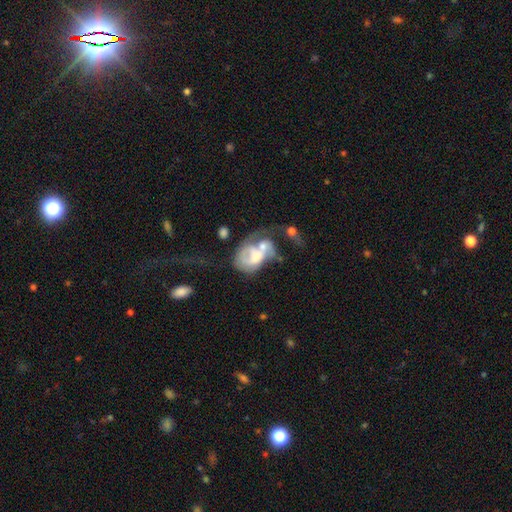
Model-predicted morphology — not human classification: Smooth or featured: featured or disk — 60% (smooth — 33%)
Edge-on disk: no — 97% (yes — 3%)
Bar: no — 68% (weak — 25%)
Spiral arms: yes — 56% (no — 44%)
Bulge size: moderate — 46% (small — 23%)
Merging: merger — 55% (major disturbance — 25%)